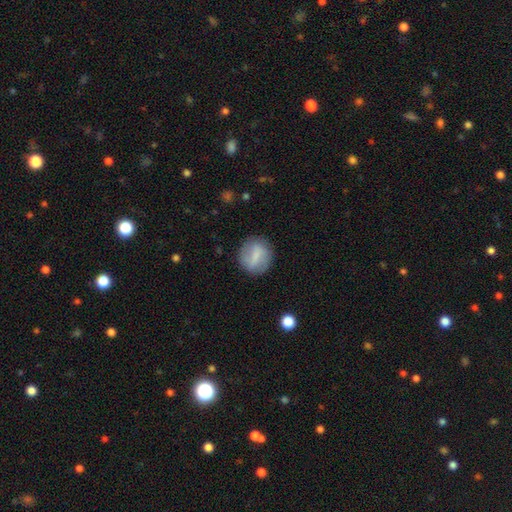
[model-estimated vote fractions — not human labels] A smooth galaxy with no disk features (60%) that is round (77%). Merging: none (82%).